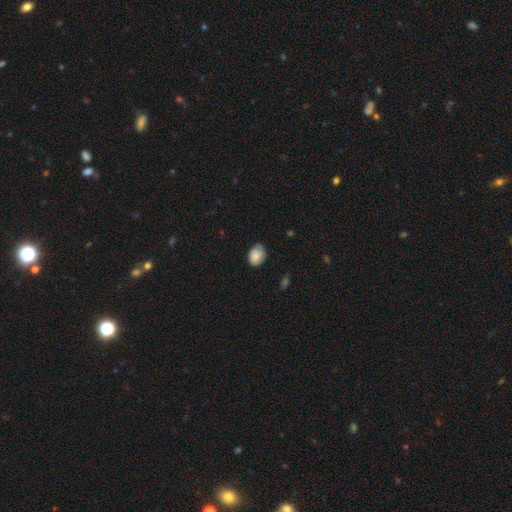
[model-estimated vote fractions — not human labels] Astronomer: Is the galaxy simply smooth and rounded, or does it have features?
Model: smooth — 78%.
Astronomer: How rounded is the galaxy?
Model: in between — 67%.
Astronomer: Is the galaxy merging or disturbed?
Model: none — 62%.